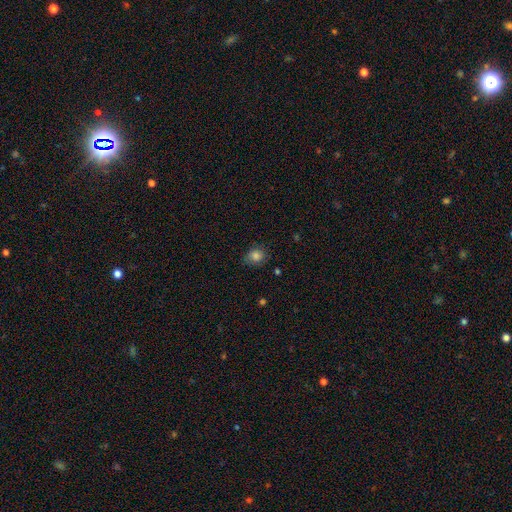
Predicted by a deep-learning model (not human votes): Q: Smooth or featured?
A: smooth (83%); runner-up: star or artifact (12%)
Q: How rounded?
A: round (67%); runner-up: in between (32%)
Q: Merging?
A: none (75%); runner-up: minor disturbance (19%)